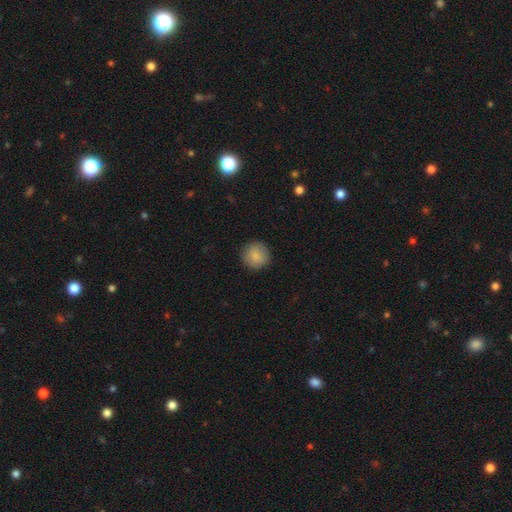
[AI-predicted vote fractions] Smooth or featured?
  - smooth: 87% *
  - star or artifact: 8%
  - featured or disk: 6%
How rounded?
  - round: 93% *
  - in between: 6%
  - cigar-shaped: 1%
Merging?
  - none: 89% *
  - minor disturbance: 8%
  - major disturbance: 2%
  - merger: 1%